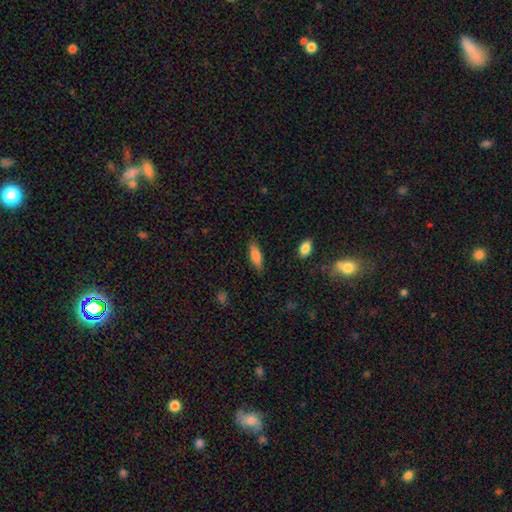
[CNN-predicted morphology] smooth 80%, featured or disk 14%, star or artifact 7%. Down the decision tree: how rounded — in between (50%); merging — none (85%).